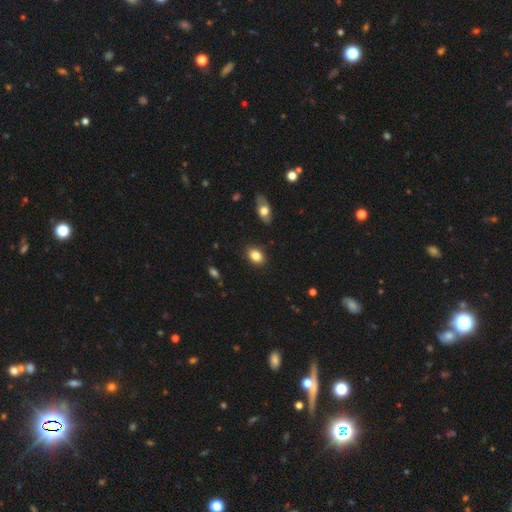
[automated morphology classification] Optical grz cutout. It shows a smooth galaxy with no disk features (84%) that is in between round and cigar-shaped (76%). Merging: none (88%).